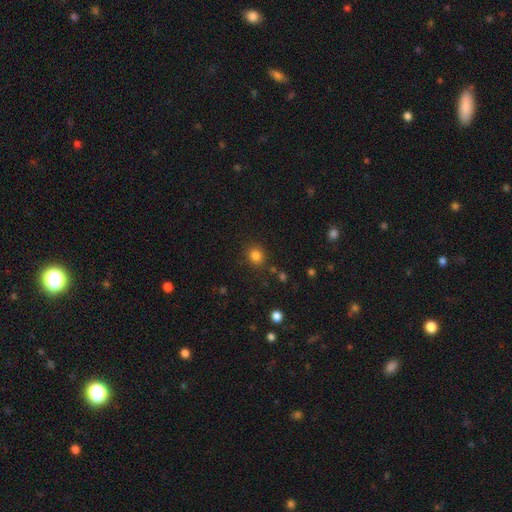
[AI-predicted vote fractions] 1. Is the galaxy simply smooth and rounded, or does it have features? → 82% smooth, 13% star or artifact, 5% featured or disk.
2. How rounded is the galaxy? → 82% round, 17% in between, 1% cigar-shaped.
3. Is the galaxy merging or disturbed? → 86% none, 8% minor disturbance, 3% major disturbance, 3% merger.